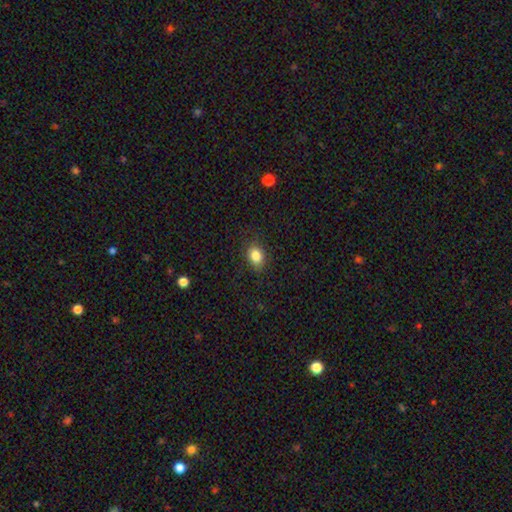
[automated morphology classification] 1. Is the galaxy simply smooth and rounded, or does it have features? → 84% smooth, 10% star or artifact, 6% featured or disk.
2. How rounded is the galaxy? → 69% in between, 30% round, 1% cigar-shaped.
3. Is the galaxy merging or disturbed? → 83% none, 12% minor disturbance, 4% major disturbance, 1% merger.